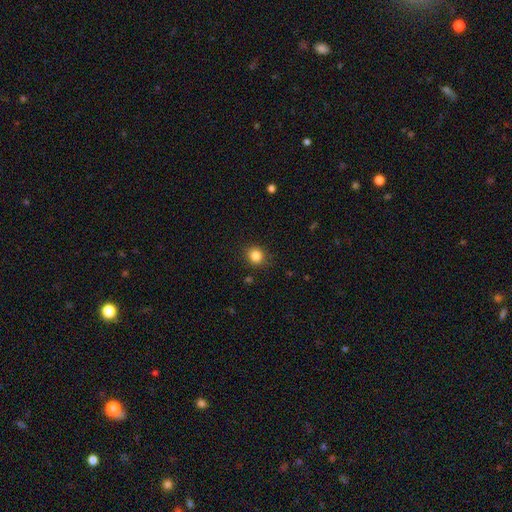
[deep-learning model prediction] This appears to be a smooth galaxy with no disk features (84%) that is round (81%). Merging: none (88%).